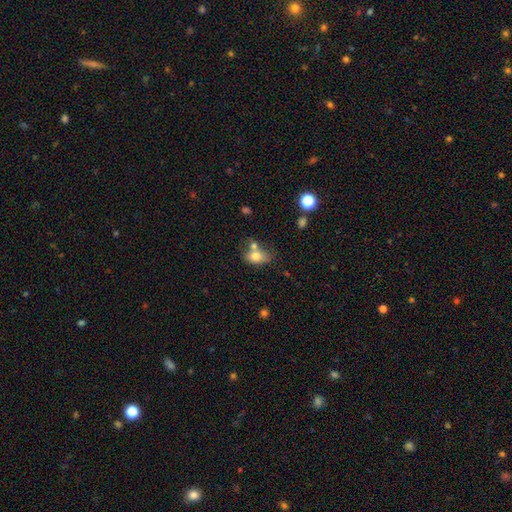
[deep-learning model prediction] This is likely a smooth galaxy (76%). How rounded: likely in between (80%). Merging: marginally none (43%).